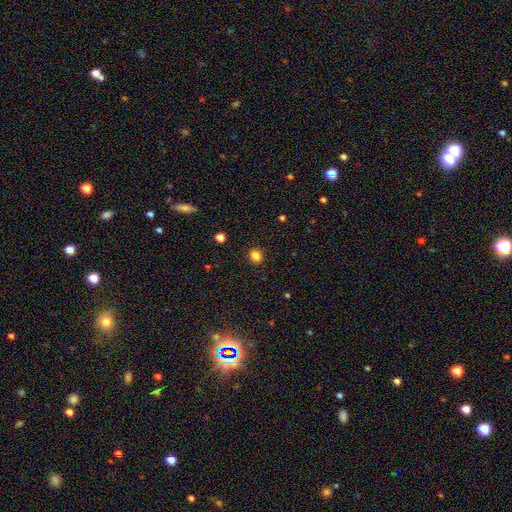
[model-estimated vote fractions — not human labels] Smooth or featured: smooth — 81% (star or artifact — 13%)
How rounded: round — 79% (in between — 20%)
Merging: none — 90% (minor disturbance — 7%)